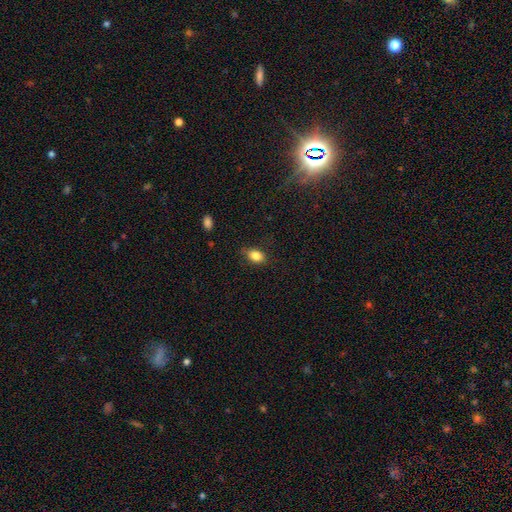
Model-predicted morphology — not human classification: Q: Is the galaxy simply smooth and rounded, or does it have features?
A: smooth — 85%.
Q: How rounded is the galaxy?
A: in between — 82%.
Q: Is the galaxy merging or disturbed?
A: none — 78%.